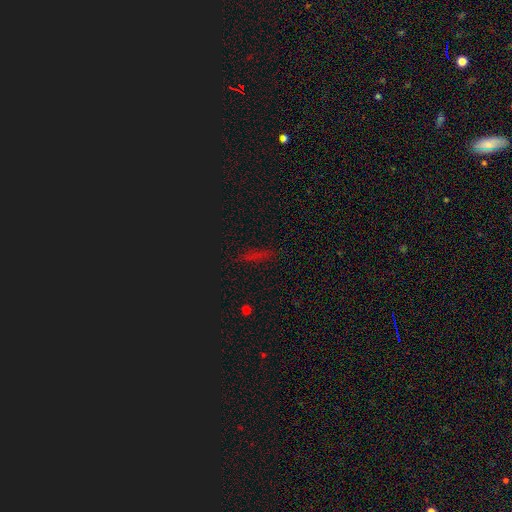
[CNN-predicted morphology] The model was most divided on "smooth or featured": star or artifact: 52%, smooth: 36%, featured or disk: 11%.